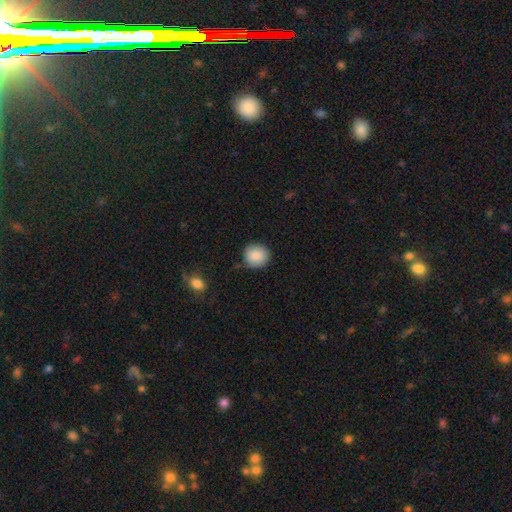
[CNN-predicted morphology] type=smooth (88%); roundness=round (89%); merging=none (86%).